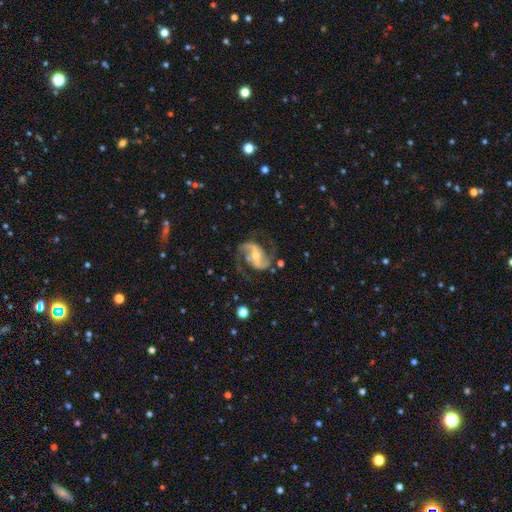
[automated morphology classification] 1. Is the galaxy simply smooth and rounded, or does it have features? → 89% featured or disk, 5% smooth, 5% star or artifact.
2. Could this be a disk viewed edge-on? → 98% no, 2% yes.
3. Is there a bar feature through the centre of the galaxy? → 40% weak, 33% strong, 28% no.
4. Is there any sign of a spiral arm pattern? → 97% yes, 3% no.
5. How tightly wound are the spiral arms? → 50% medium, 38% loose, 12% tight.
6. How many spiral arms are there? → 92% 2, 2% can't tell, 2% 1, 1% 3, 1% 4, 1% more than 4.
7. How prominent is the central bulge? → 54% moderate, 39% small, 4% large, 2% none, 1% dominant.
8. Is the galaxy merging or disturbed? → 70% none, 16% minor disturbance, 11% major disturbance, 2% merger.